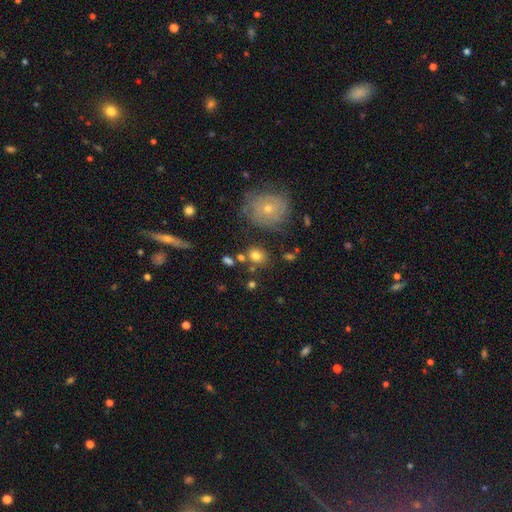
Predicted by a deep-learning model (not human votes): smooth-or-featured: smooth: 74% | featured or disk: 15% | star or artifact: 11%
  how-rounded: round: 58% | in between: 40% | cigar-shaped: 1%
  merging: none: 73% | minor disturbance: 12% | merger: 9% | major disturbance: 5%